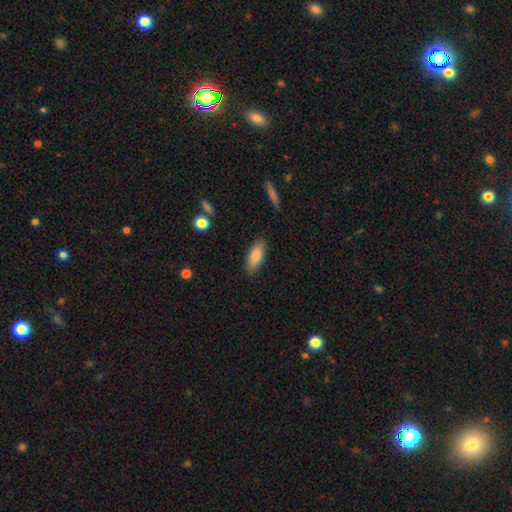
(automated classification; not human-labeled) Smooth or featured: smooth — 86% (featured or disk — 7%)
How rounded: in between — 80% (cigar-shaped — 18%)
Merging: none — 86% (minor disturbance — 11%)